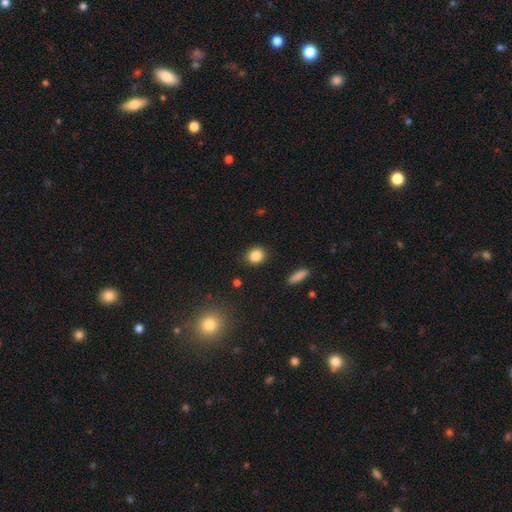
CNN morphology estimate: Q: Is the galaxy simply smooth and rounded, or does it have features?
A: smooth — 85%.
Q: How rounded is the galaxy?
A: round — 73%.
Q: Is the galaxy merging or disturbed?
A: none — 88%.